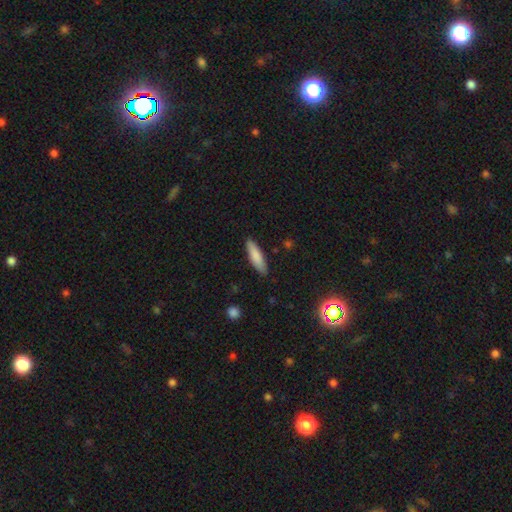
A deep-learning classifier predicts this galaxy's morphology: type=smooth (83%); roundness=cigar-shaped (67%); merging=none (87%).